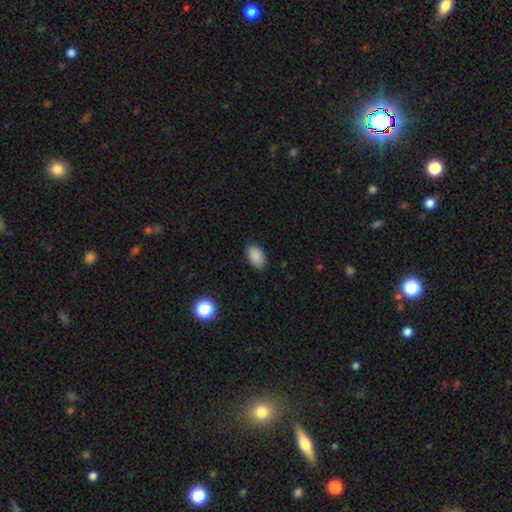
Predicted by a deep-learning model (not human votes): Overall: smooth (87%). How rounded: in between (92%). Merging: none (85%).